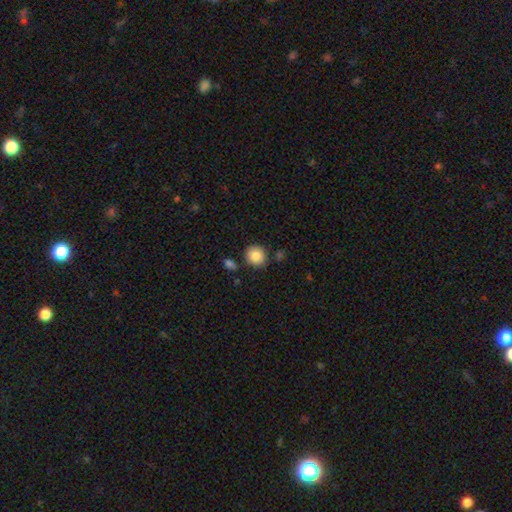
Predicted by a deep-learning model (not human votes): Morphology: type=smooth (85%); roundness=round (87%); merging=none (83%).